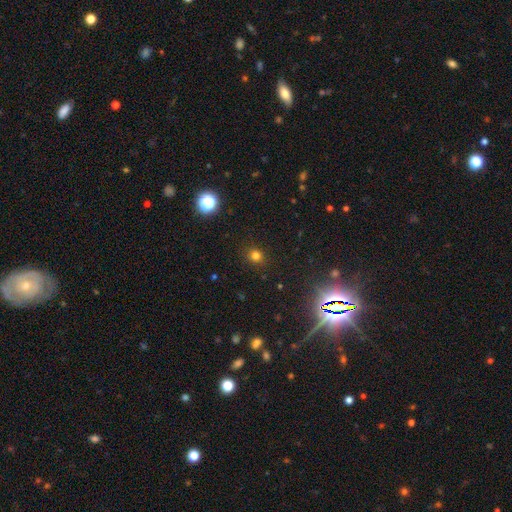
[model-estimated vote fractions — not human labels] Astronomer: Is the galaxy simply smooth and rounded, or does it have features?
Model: smooth — 75%.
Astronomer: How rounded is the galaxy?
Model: round — 87%.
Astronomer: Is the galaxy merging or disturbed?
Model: none — 89%.